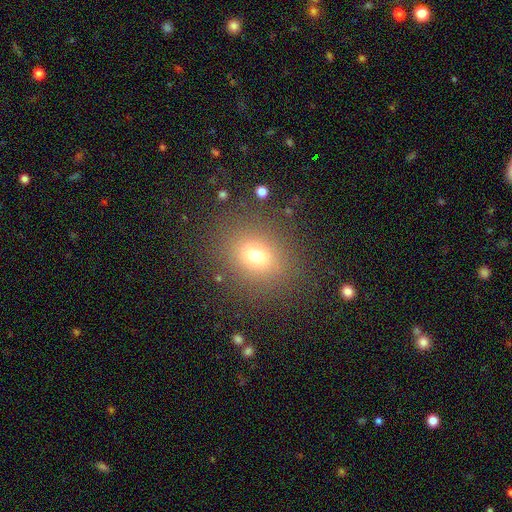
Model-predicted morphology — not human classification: This is likely a smooth galaxy (70%). How rounded: likely round (65%). Merging: clearly none (83%).